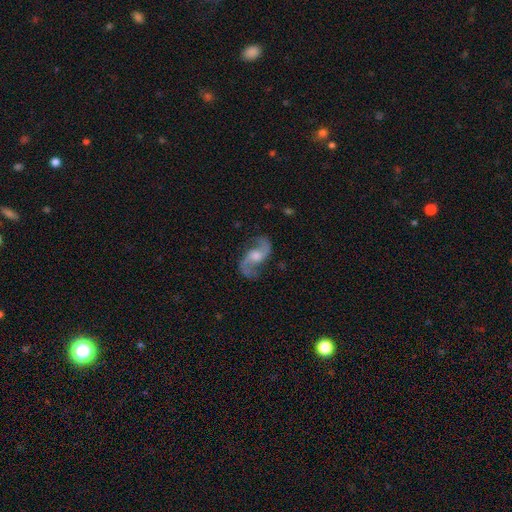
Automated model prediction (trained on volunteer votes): Smooth or featured?
  - featured or disk: 89% *
  - smooth: 5%
  - star or artifact: 5%
Edge-on disk?
  - no: 97% *
  - yes: 3%
Bar?
  - no: 50% *
  - weak: 40%
  - strong: 11%
Spiral arms?
  - yes: 97% *
  - no: 3%
Spiral winding?
  - loose: 62% *
  - medium: 32%
  - tight: 5%
Spiral arm count?
  - 2: 94% *
  - can't tell: 2%
  - 1: 1%
  - 3: 1%
  - 4: 1%
  - more than 4: 1%
Bulge size?
  - moderate: 54% *
  - small: 21%
  - large: 16%
  - none: 8%
  - dominant: 2%
Merging?
  - none: 80% *
  - minor disturbance: 13%
  - major disturbance: 6%
  - merger: 2%